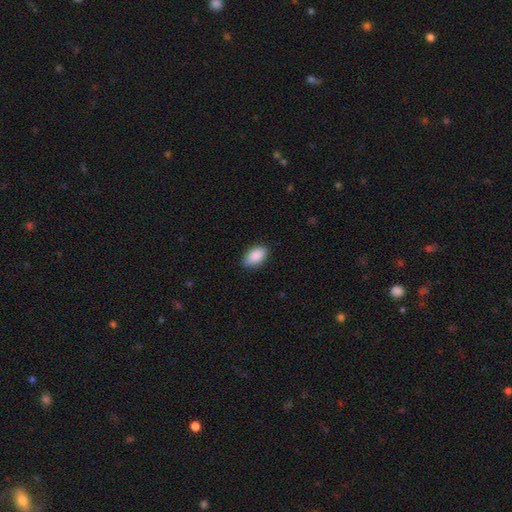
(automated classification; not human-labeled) A smooth galaxy with no disk features (90%) that is in between round and cigar-shaped (94%).

Vote fractions:
- Smooth or featured? smooth: 90% / star or artifact: 7% / featured or disk: 4%
- How rounded? in between: 94% / round: 4% / cigar-shaped: 2%
- Merging? none: 84% / minor disturbance: 12% / major disturbance: 2% / merger: 1%